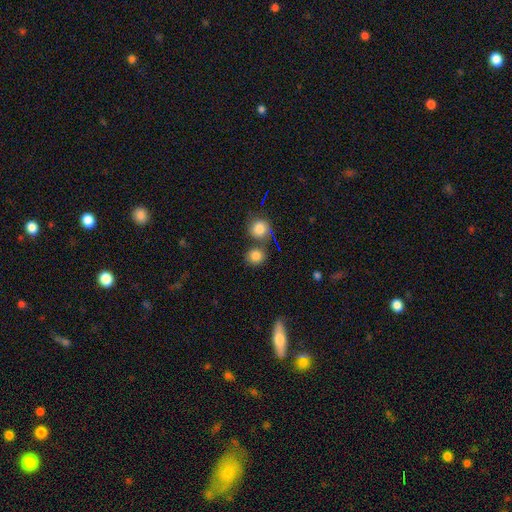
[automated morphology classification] Smooth or featured?
  - smooth: 83% *
  - star or artifact: 10%
  - featured or disk: 7%
How rounded?
  - round: 85% *
  - in between: 14%
  - cigar-shaped: 1%
Merging?
  - none: 59% *
  - merger: 27%
  - minor disturbance: 10%
  - major disturbance: 4%